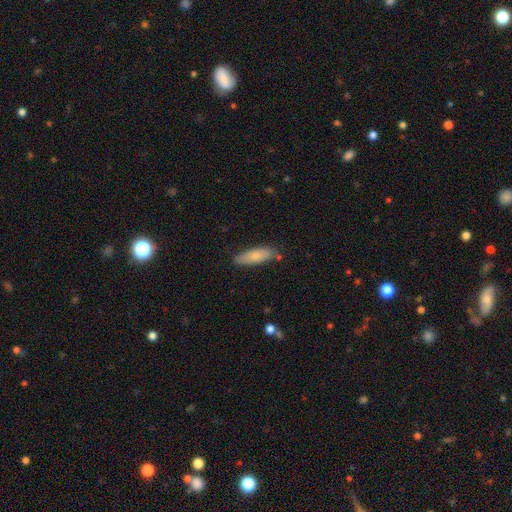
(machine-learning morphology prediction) smooth 72%, featured or disk 21%, star or artifact 6%. Down the decision tree: how rounded — cigar-shaped (53%); merging — none (80%).